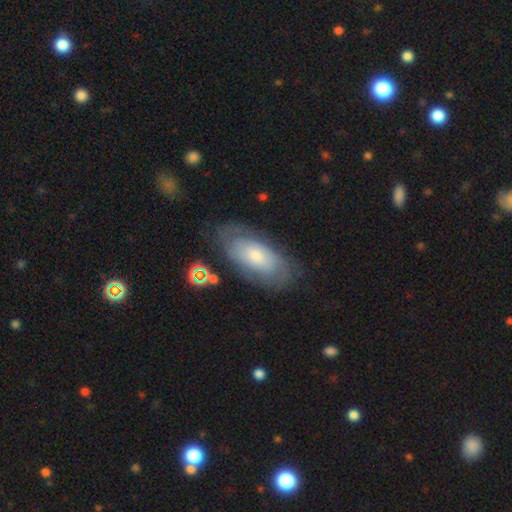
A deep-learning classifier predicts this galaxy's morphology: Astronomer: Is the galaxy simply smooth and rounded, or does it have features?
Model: smooth — 47% (runner-up: featured or disk, 46%).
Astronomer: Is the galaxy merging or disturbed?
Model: none — 72%.